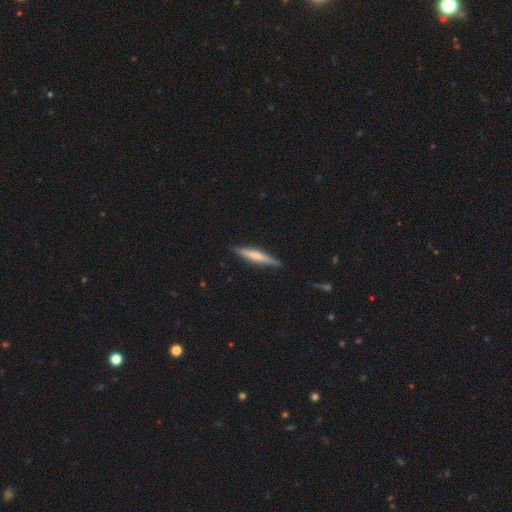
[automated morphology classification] This appears to be a smooth galaxy with no disk features (50%) that is cigar-shaped (93%). Merging: none (90%).